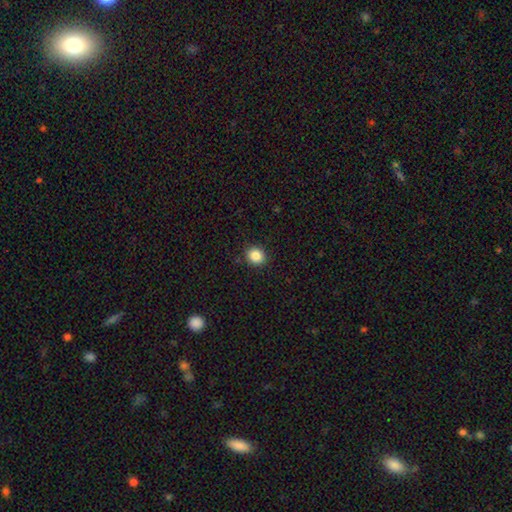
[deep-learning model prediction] smooth 85%, star or artifact 10%, featured or disk 5%. Down the decision tree: how rounded — round (83%); merging — none (90%).